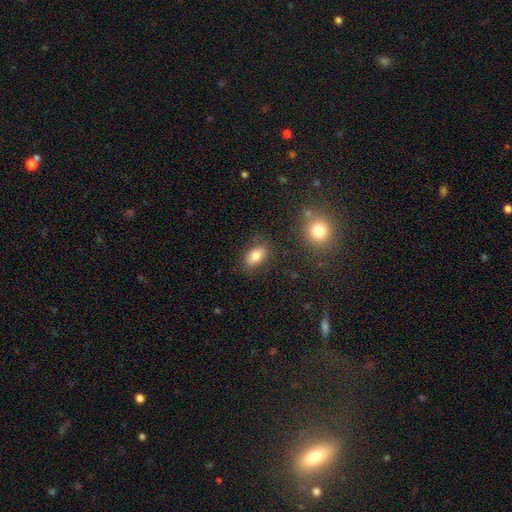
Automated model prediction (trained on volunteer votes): The model was most divided on "merging": none: 80%, minor disturbance: 13%, major disturbance: 4%, merger: 3%. More confident: how rounded — in between (87%); smooth or featured — smooth (80%).